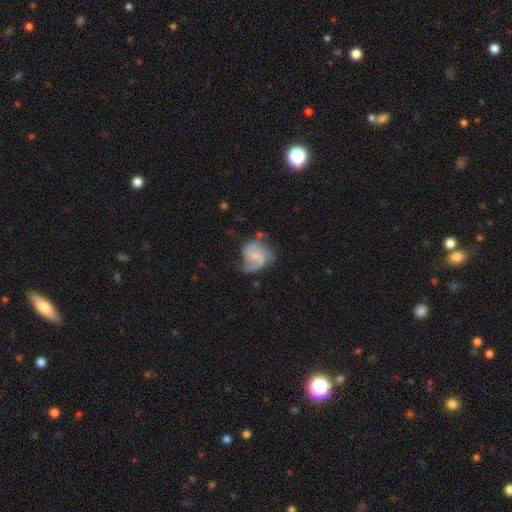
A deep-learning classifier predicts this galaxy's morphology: smooth-or-featured: featured or disk: 71% | smooth: 23% | star or artifact: 6%
  disk-edge-on: no: 98% | yes: 2%
    bar: no: 57% | weak: 37% | strong: 6%
    has-spiral-arms: yes: 91% | no: 9%
      spiral-winding: medium: 45% | loose: 32% | tight: 23%
      spiral-arm-count: 2: 60% | 1: 25% | can't tell: 9% | 3: 3% | 4: 1% | more than 4: 1%
    bulge-size: small: 52% | moderate: 23% | none: 21% | large: 3% | dominant: 1%
  merging: none: 47% | minor disturbance: 27% | major disturbance: 22% | merger: 3%